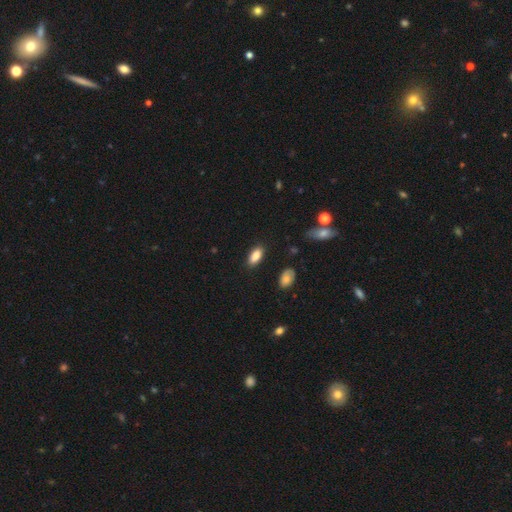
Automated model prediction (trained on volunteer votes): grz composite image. It shows a smooth galaxy with no disk features (86%) that is in between round and cigar-shaped (88%). Merging: none (85%).